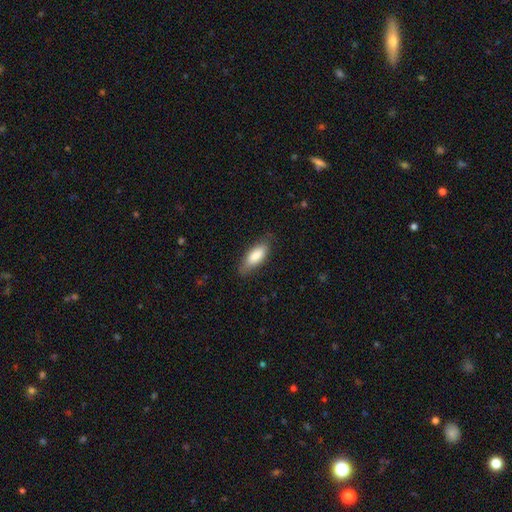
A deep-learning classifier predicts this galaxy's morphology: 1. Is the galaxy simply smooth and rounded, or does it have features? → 81% smooth, 13% featured or disk, 6% star or artifact.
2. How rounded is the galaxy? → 69% in between, 29% cigar-shaped, 2% round.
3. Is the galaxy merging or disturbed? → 77% none, 18% minor disturbance, 4% major disturbance, 1% merger.